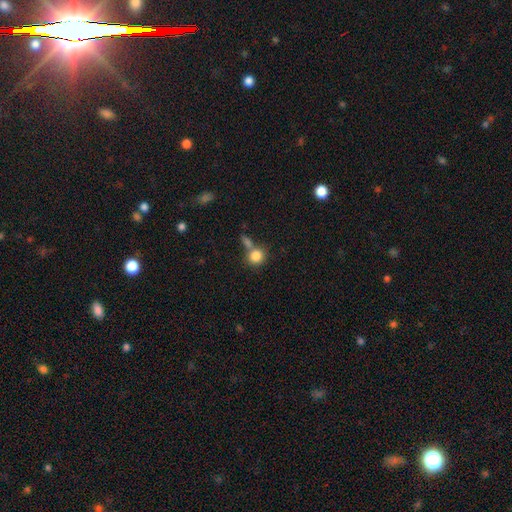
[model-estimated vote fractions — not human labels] smooth 83%, star or artifact 10%, featured or disk 7%. Down the decision tree: how rounded — round (80%); merging — none (53%).